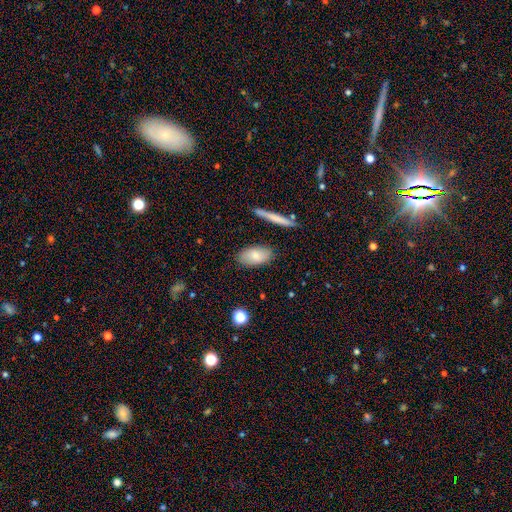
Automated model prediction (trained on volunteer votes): Smooth or featured?
  - smooth: 79% *
  - featured or disk: 15%
  - star or artifact: 7%
How rounded?
  - in between: 90% *
  - cigar-shaped: 7%
  - round: 4%
Merging?
  - none: 81% *
  - minor disturbance: 13%
  - merger: 3%
  - major disturbance: 3%